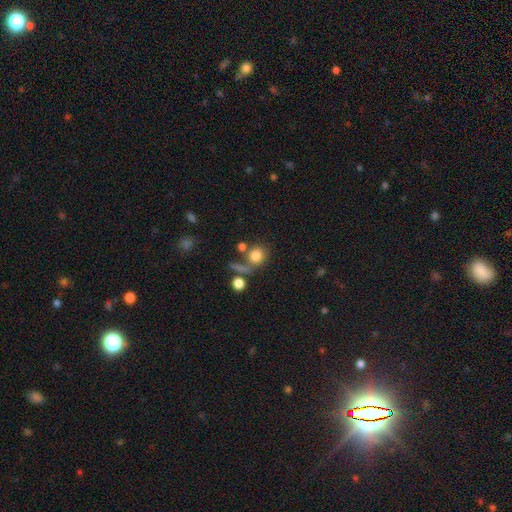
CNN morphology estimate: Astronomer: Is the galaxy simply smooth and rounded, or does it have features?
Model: smooth — 80%.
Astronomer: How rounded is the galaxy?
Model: round — 80%.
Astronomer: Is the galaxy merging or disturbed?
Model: none — 54%.